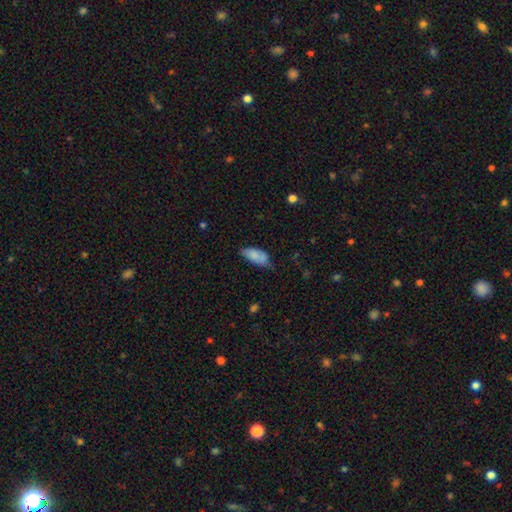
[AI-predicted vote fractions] This is likely a smooth galaxy (78%). How rounded: clearly in between (87%). Merging: possibly none (49%).